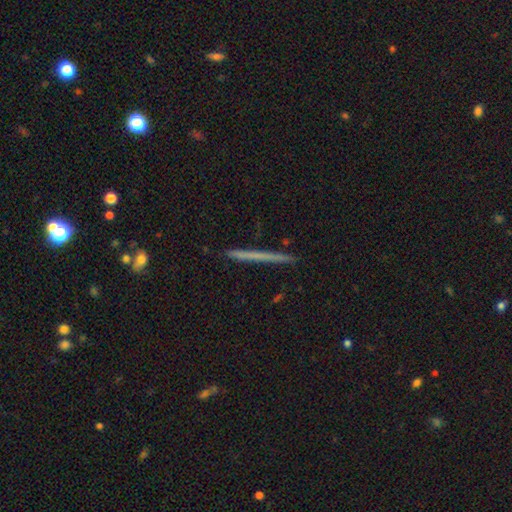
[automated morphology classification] A smooth galaxy with no disk features (47%). Merging: none (92%).